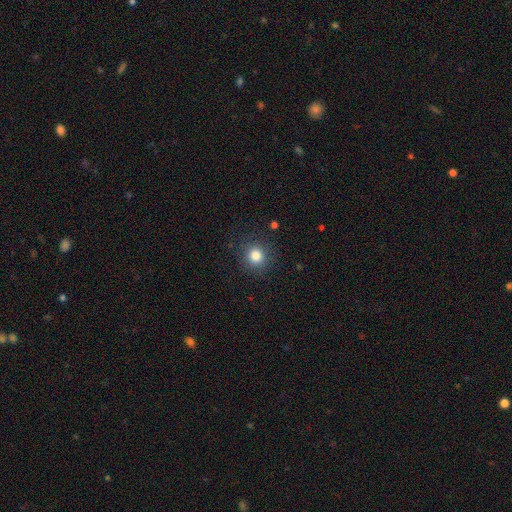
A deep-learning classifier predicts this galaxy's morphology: smooth 83%, star or artifact 12%, featured or disk 6%. Down the decision tree: how rounded — round (90%); merging — none (87%).